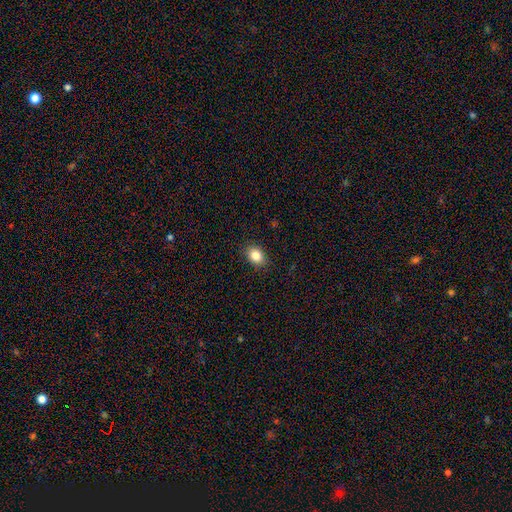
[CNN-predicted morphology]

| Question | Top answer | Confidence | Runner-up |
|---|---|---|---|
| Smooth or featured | smooth | 85% | star or artifact (10%) |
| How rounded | in between | 63% | round (36%) |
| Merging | none | 88% | minor disturbance (9%) |